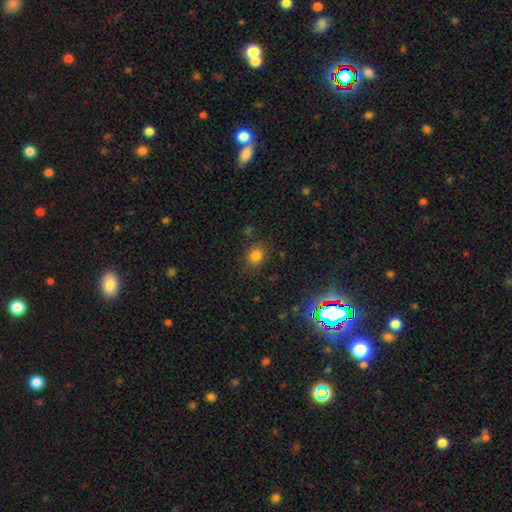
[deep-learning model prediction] smooth 80%, star or artifact 14%, featured or disk 6%. Down the decision tree: how rounded — round (69%); merging — none (82%).